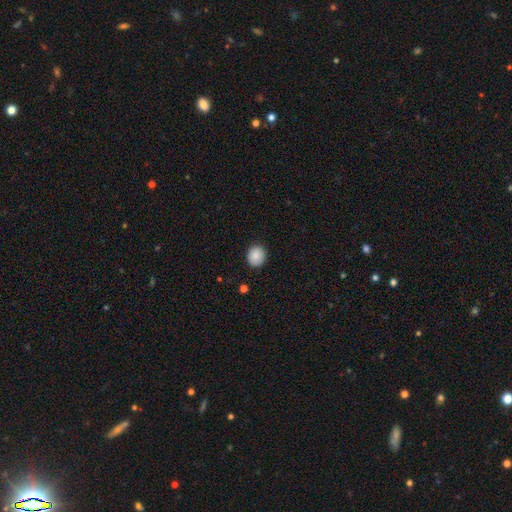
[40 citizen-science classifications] Smooth or featured?
  - smooth: 90% *
  - star or artifact: 8%
  - featured or disk: 2%
How rounded?
  - round: 72% *
  - in between: 28%
  - cigar-shaped: 0%
Merging?
  - none: 97% *
  - minor disturbance: 3%
  - major disturbance: 0%
  - merger: 0%